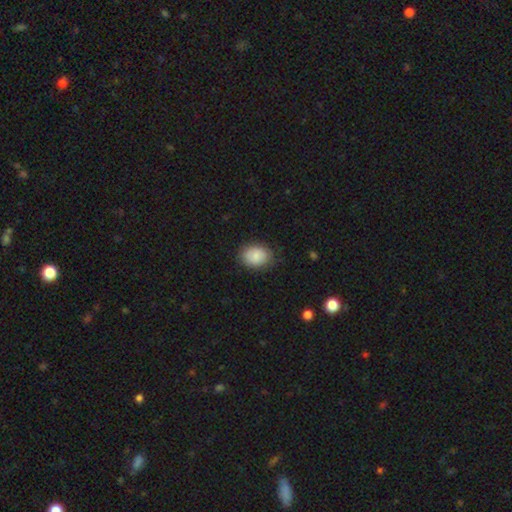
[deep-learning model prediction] Smooth or featured?
  - smooth: 86% *
  - star or artifact: 7%
  - featured or disk: 7%
How rounded?
  - in between: 65% *
  - round: 34%
  - cigar-shaped: 1%
Merging?
  - none: 82% *
  - minor disturbance: 14%
  - major disturbance: 3%
  - merger: 1%